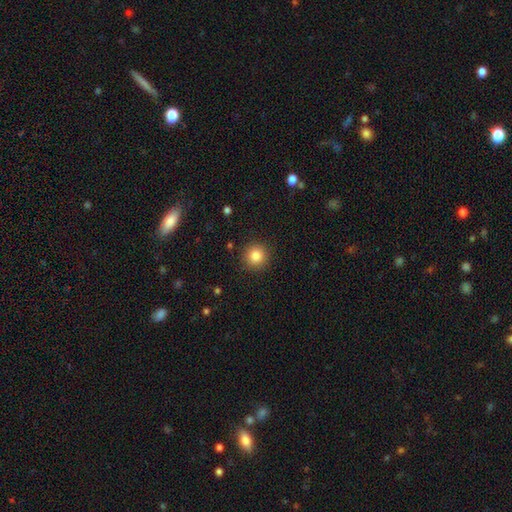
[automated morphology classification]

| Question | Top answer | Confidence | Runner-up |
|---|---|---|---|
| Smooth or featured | smooth | 84% | star or artifact (10%) |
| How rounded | round | 93% | in between (6%) |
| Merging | none | 90% | minor disturbance (6%) |